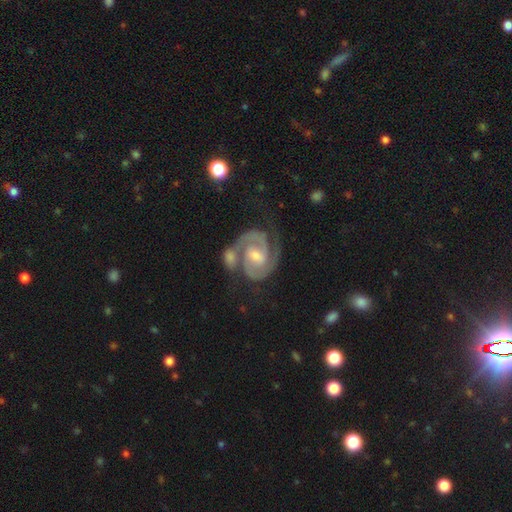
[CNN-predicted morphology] This appears to be a featured or disk galaxy (92%) with a weak bar (51%), 2 (90%) tight (55%) spiral arms (98%) and a moderate central bulge (51%). Merging: none (59%).